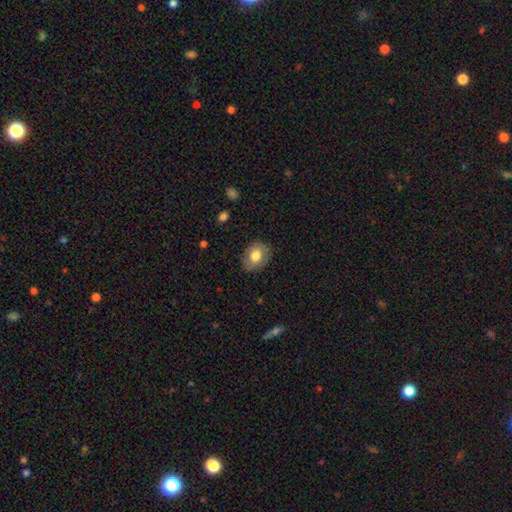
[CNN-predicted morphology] A smooth galaxy with no disk features (76%) that is in between round and cigar-shaped (63%). Merging: none (83%).